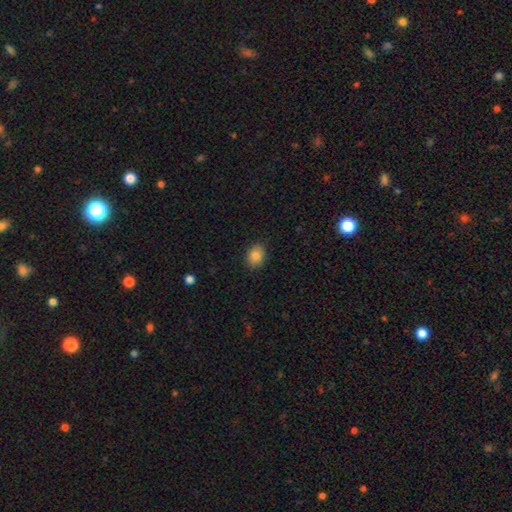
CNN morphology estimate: This is clearly a smooth galaxy (84%). How rounded: likely in between (66%). Merging: clearly none (87%).